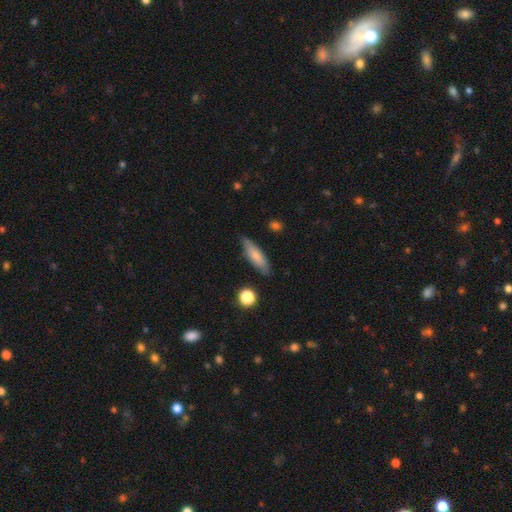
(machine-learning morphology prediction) Smooth or featured? Predicted: smooth (p=0.74). How rounded? Predicted: cigar-shaped (p=0.56). Merging? Predicted: none (p=0.78).